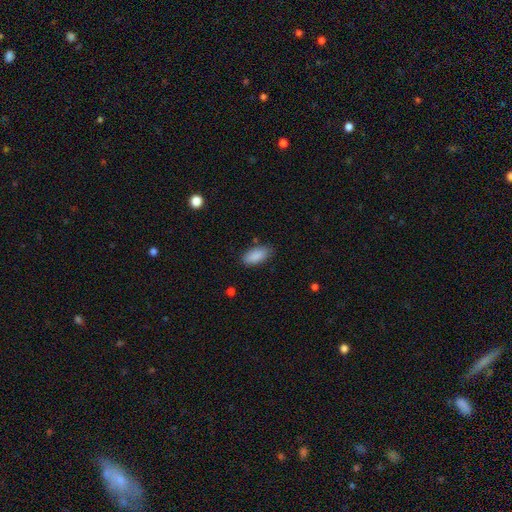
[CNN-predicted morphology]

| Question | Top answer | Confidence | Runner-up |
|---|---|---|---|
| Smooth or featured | smooth | 89% | star or artifact (7%) |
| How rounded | in between | 91% | cigar-shaped (7%) |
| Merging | none | 80% | minor disturbance (15%) |